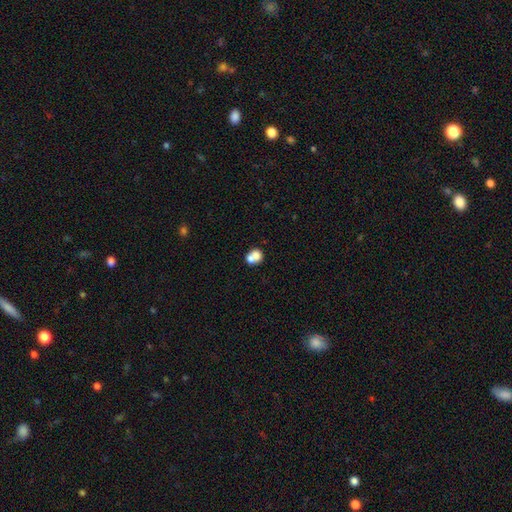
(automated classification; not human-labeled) Smooth or featured? smooth (71%)
How rounded? round (71%)
Merging? merger (58%)